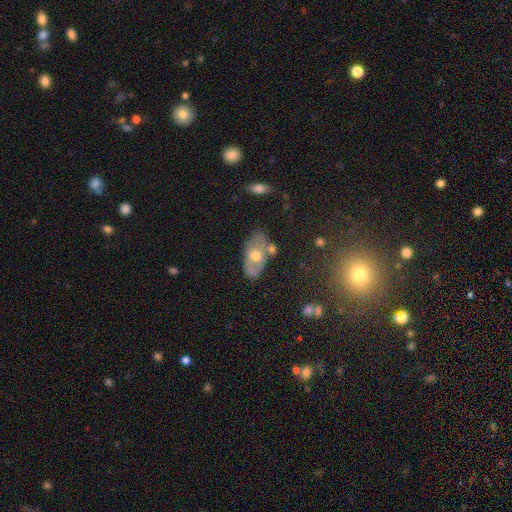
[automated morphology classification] featured or disk 49%, smooth 42%, star or artifact 8%. Down the decision tree: merging — none (58%).